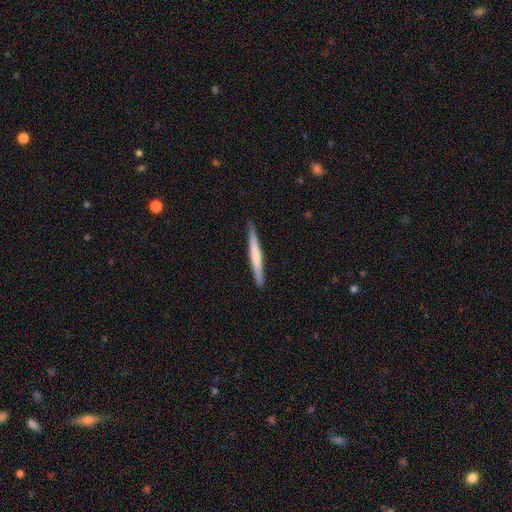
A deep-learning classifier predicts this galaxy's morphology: Q: Smooth or featured?
A: smooth (55%); runner-up: featured or disk (40%)
Q: How rounded?
A: cigar-shaped (97%); runner-up: in between (2%)
Q: Merging?
A: none (89%); runner-up: minor disturbance (8%)